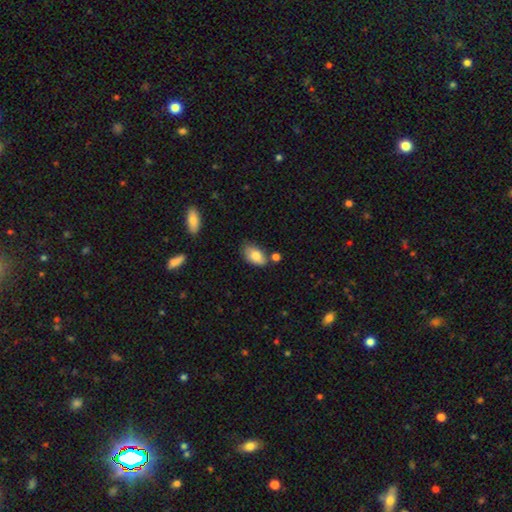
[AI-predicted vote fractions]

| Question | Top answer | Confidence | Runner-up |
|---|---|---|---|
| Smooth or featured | smooth | 82% | featured or disk (11%) |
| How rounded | in between | 93% | round (5%) |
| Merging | none | 61% | minor disturbance (24%) |